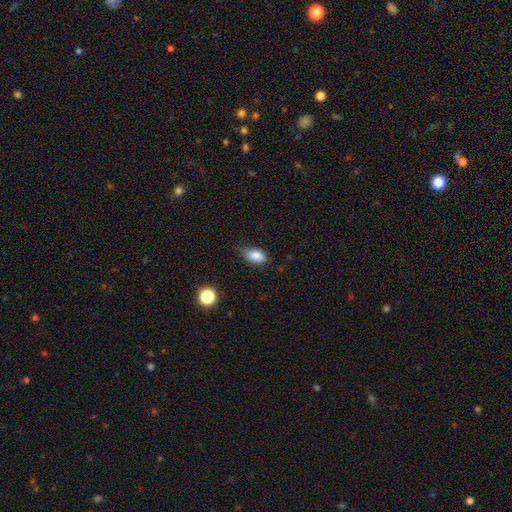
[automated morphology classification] smooth-or-featured: smooth: 84% | star or artifact: 9% | featured or disk: 7%
  how-rounded: in between: 88% | round: 8% | cigar-shaped: 4%
  merging: none: 55% | minor disturbance: 36% | major disturbance: 7% | merger: 2%